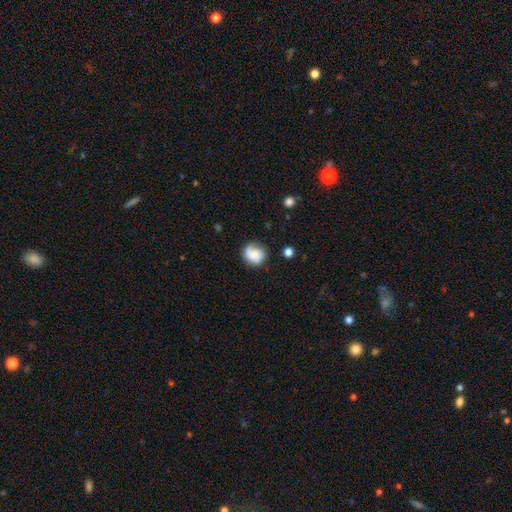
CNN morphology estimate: smooth-or-featured: smooth: 64% | featured or disk: 28% | star or artifact: 9%
  how-rounded: round: 72% | in between: 27% | cigar-shaped: 1%
  merging: none: 60% | minor disturbance: 26% | major disturbance: 11% | merger: 3%